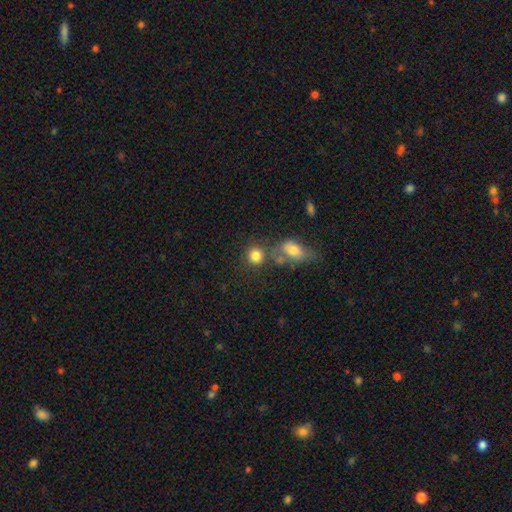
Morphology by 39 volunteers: A smooth galaxy with no disk features (85%) that is round (91%).

Vote fractions:
- Smooth or featured? smooth: 85% / featured or disk: 10% / star or artifact: 5%
- How rounded? round: 91% / in between: 9% / cigar-shaped: 0%
- Merging? none: 59% / merger: 16% / minor disturbance: 14% / major disturbance: 11%